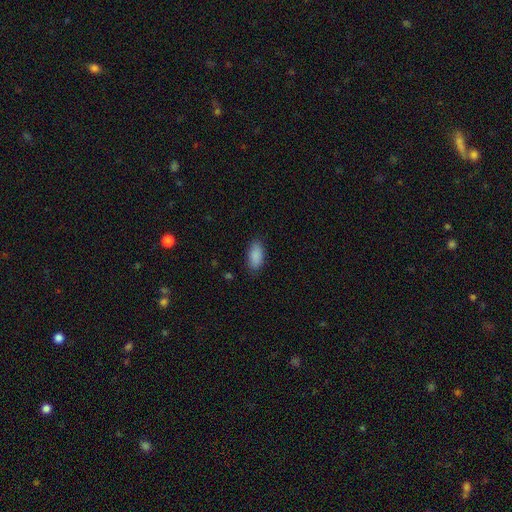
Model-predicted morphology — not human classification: smooth-or-featured: smooth: 89% | star or artifact: 7% | featured or disk: 4%
  how-rounded: in between: 91% | cigar-shaped: 7% | round: 2%
  merging: none: 84% | minor disturbance: 12% | major disturbance: 3% | merger: 1%